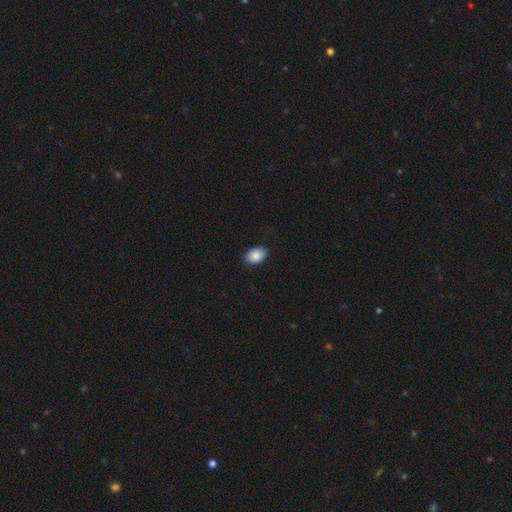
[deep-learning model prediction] The model was most divided on "how rounded": in between: 83%, round: 16%, cigar-shaped: 1%. More confident: smooth or featured — smooth (88%); merging — none (85%).